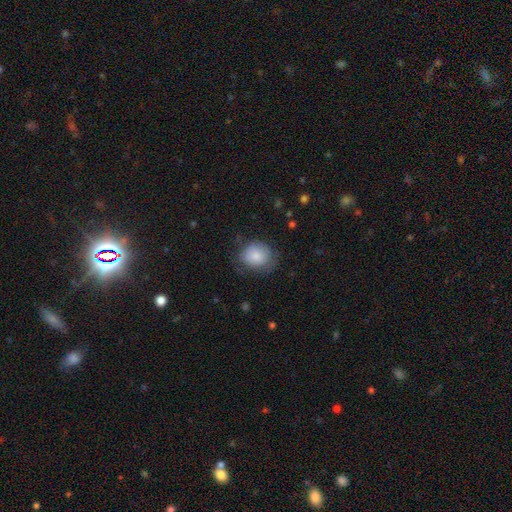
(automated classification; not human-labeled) smooth 80%, featured or disk 12%, star or artifact 8%. Down the decision tree: how rounded — round (66%); merging — none (60%).